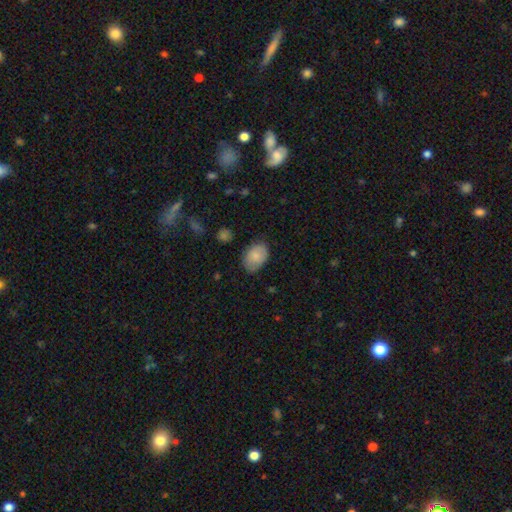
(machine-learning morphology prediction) Q: Smooth or featured?
A: smooth (79%); runner-up: featured or disk (15%)
Q: How rounded?
A: in between (84%); runner-up: round (15%)
Q: Merging?
A: none (74%); runner-up: minor disturbance (21%)